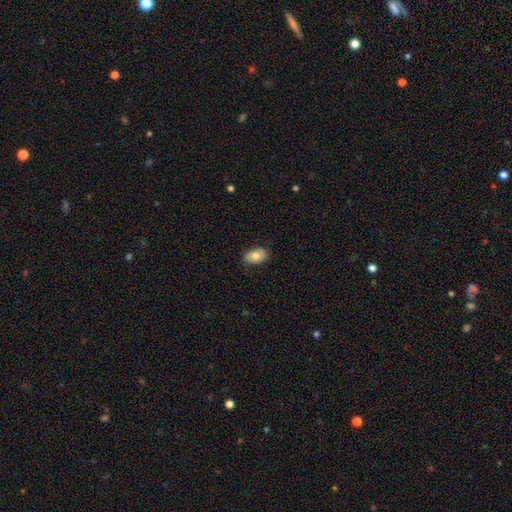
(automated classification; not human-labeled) smooth 78%, featured or disk 15%, star or artifact 7%. Down the decision tree: how rounded — in between (90%); merging — none (84%).